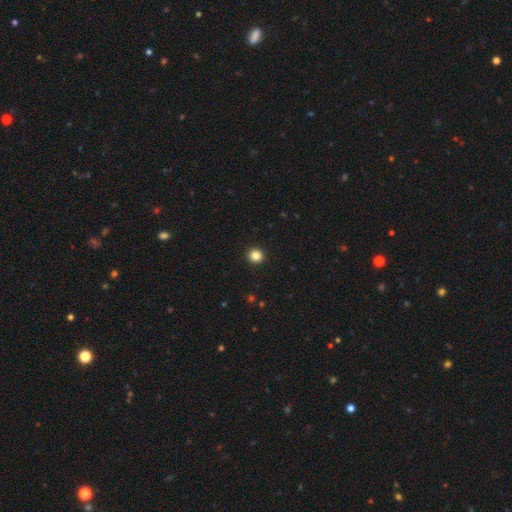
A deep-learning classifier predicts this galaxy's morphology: smooth-or-featured: smooth: 84% | star or artifact: 12% | featured or disk: 4%
  how-rounded: round: 94% | in between: 5% | cigar-shaped: 1%
  merging: none: 94% | minor disturbance: 4% | major disturbance: 1% | merger: 1%